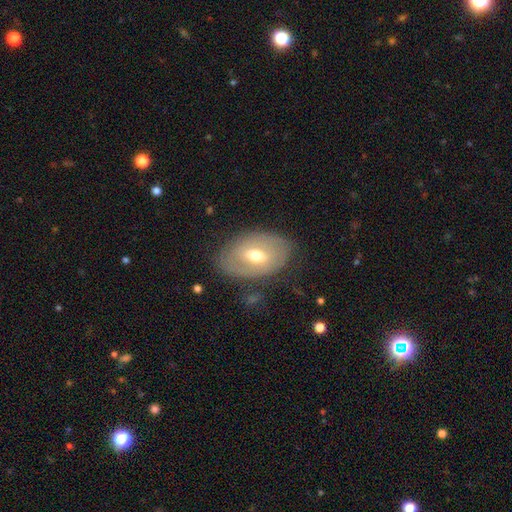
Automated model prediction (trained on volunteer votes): This appears to be a featured or disk galaxy (53%). Merging: none (76%).